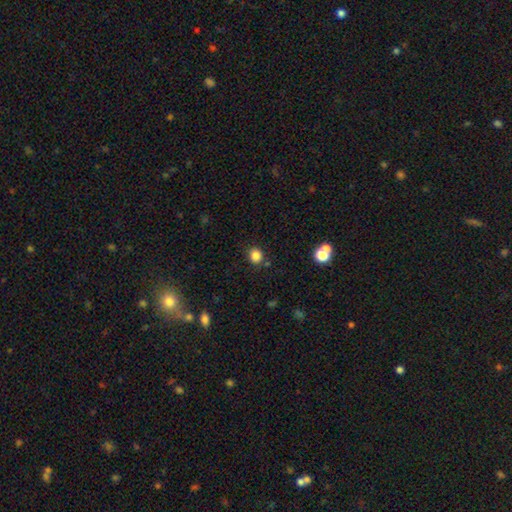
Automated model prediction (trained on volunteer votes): Overall: smooth (84%). How rounded: round (79%). Merging: none (84%).